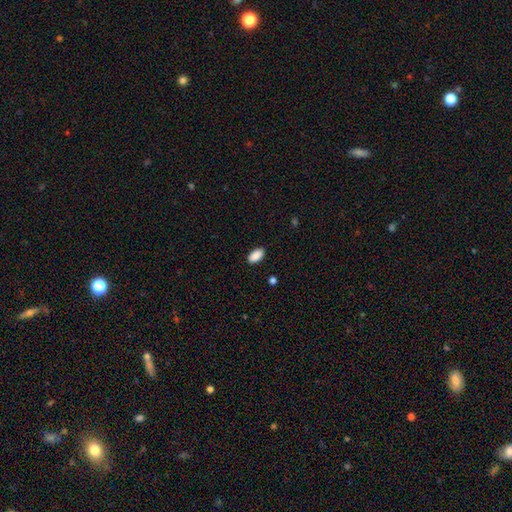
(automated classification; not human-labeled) The model was most divided on "merging": none: 89%, minor disturbance: 8%, major disturbance: 2%, merger: 1%. More confident: how rounded — in between (93%); smooth or featured — smooth (90%).